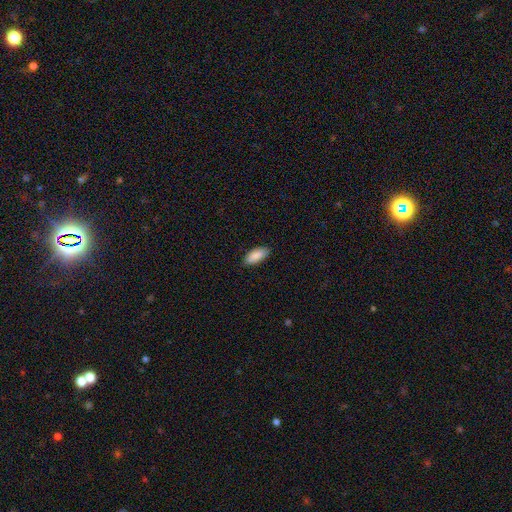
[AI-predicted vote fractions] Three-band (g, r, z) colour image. It shows a smooth galaxy with no disk features (90%) that is in between round and cigar-shaped (88%). Merging: none (87%).